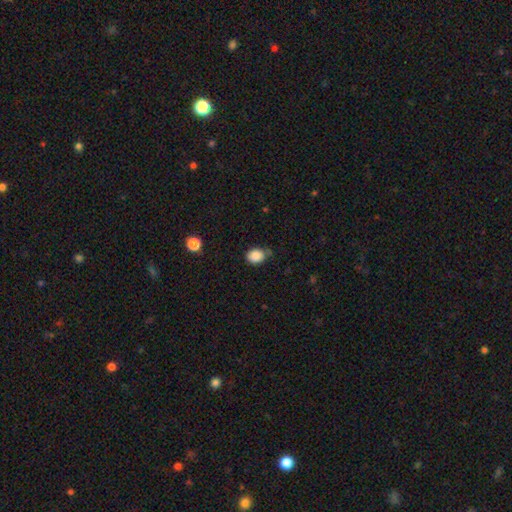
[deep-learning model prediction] This appears to be a smooth galaxy with no disk features (87%) that is round (54%). Merging: none (66%).